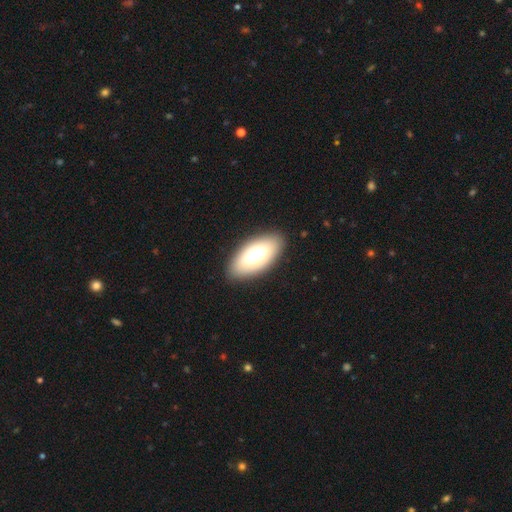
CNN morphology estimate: The model was most divided on "smooth or featured": smooth: 76%, featured or disk: 17%, star or artifact: 7%. More confident: how rounded — in between (91%); merging — none (88%).